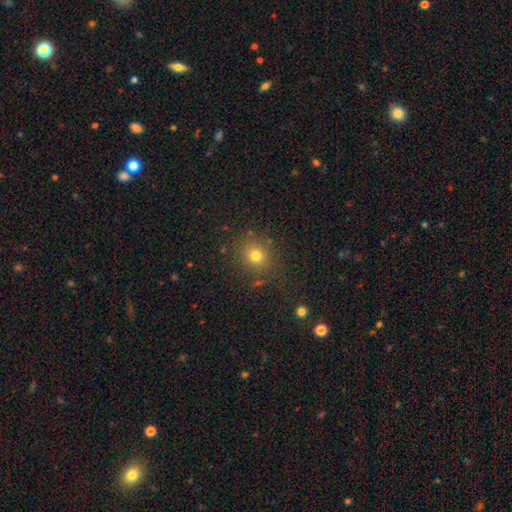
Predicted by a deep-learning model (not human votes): Q: Smooth or featured?
A: smooth (75%); runner-up: star or artifact (17%)
Q: How rounded?
A: round (79%); runner-up: in between (20%)
Q: Merging?
A: none (83%); runner-up: minor disturbance (10%)